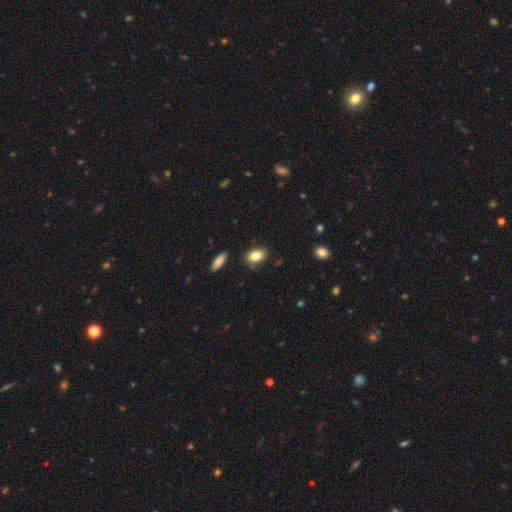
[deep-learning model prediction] Smooth or featured? Predicted: smooth (p=0.83). How rounded? Predicted: in between (p=0.87). Merging? Predicted: none (p=0.82).